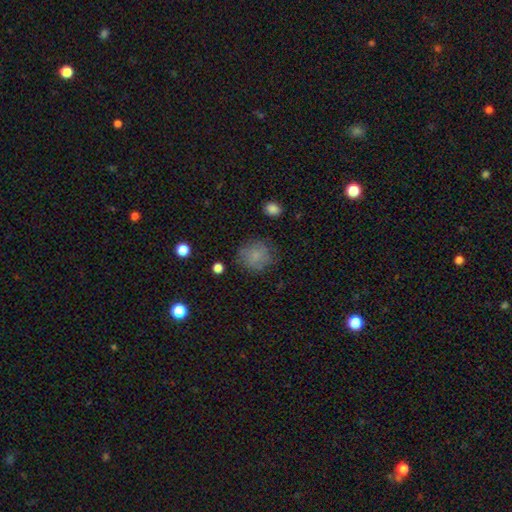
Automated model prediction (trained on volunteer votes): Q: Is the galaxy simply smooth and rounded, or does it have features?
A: smooth — 79%.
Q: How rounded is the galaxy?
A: round — 82%.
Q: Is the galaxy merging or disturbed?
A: none — 75%.